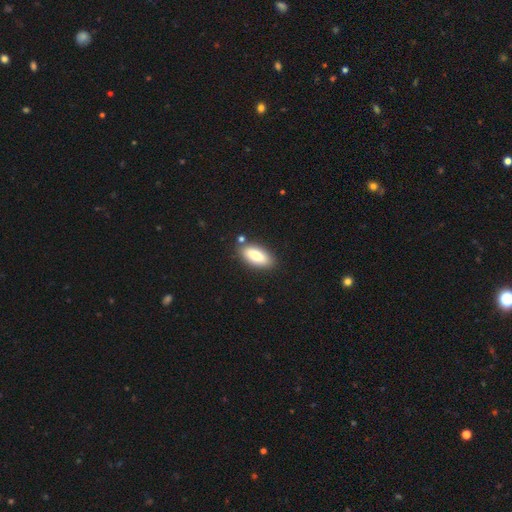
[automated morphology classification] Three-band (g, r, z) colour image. It shows a smooth galaxy with no disk features (77%) that is in between round and cigar-shaped (86%). Merging: none (83%).